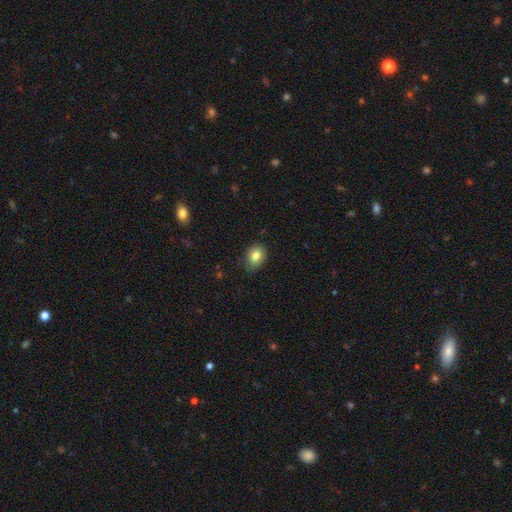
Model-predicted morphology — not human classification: smooth-or-featured: smooth: 82% | star or artifact: 9% | featured or disk: 8%
  how-rounded: in between: 57% | round: 43% | cigar-shaped: 1%
  merging: none: 82% | minor disturbance: 14% | major disturbance: 3% | merger: 1%